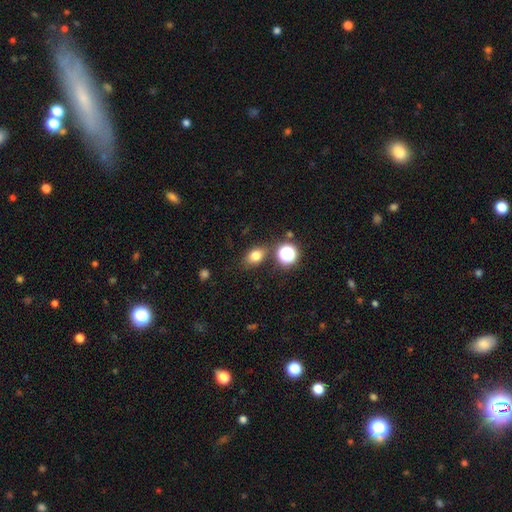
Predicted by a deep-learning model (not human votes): Morphology: type=smooth (76%); roundness=in between (65%); merging=none (76%).